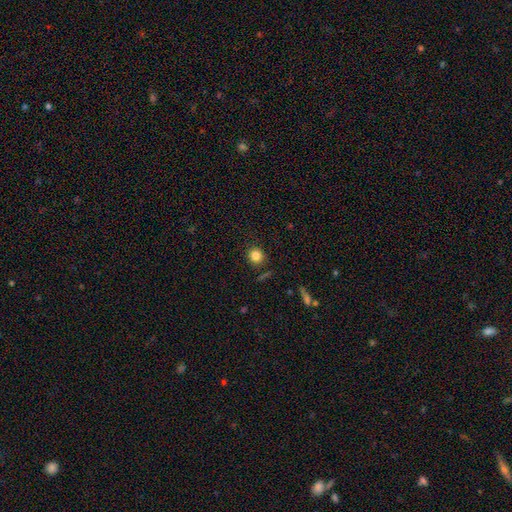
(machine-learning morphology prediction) Smooth or featured? smooth (83%)
How rounded? round (88%)
Merging? none (86%)